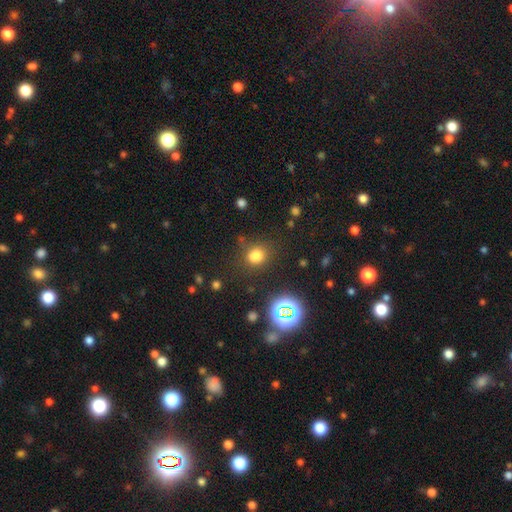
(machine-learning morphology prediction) This appears to be a smooth galaxy with no disk features (74%) that is round (62%). Merging: none (74%).